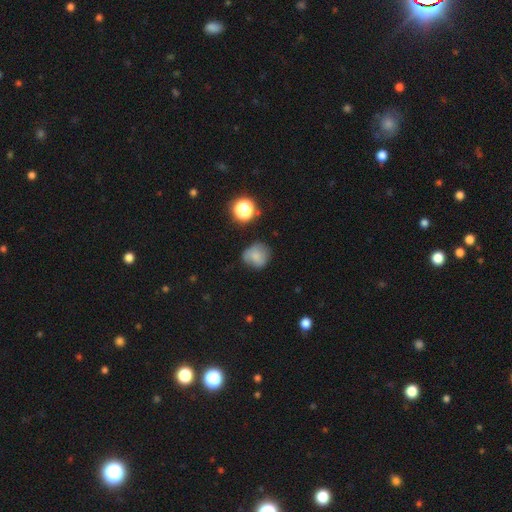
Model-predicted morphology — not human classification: Smooth or featured? Predicted: smooth (p=0.73). How rounded? Predicted: round (p=0.81). Merging? Predicted: none (p=0.62).